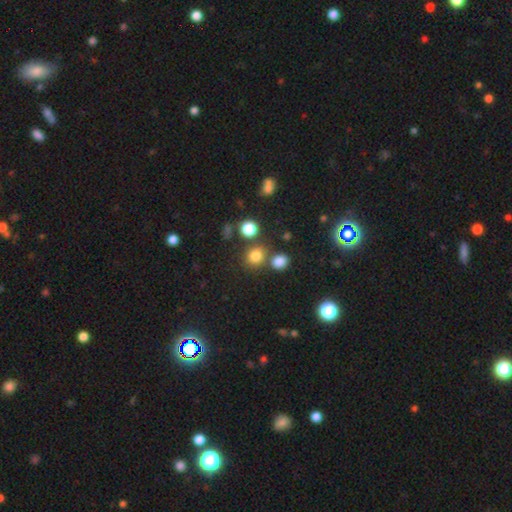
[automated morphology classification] smooth 77%, star or artifact 16%, featured or disk 6%. Down the decision tree: how rounded — round (79%); merging — none (69%).